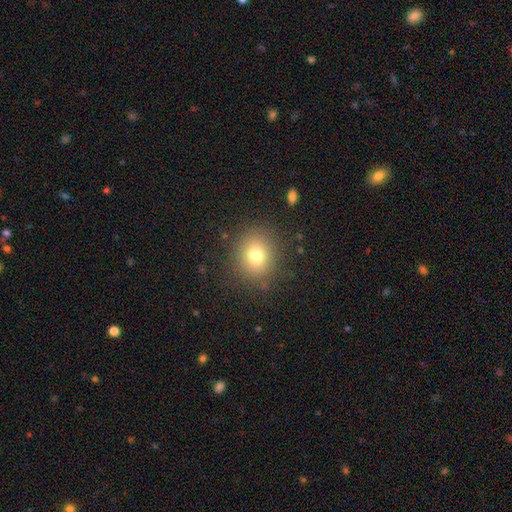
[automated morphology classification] This is likely a smooth galaxy (76%). How rounded: likely round (79%). Merging: clearly none (86%).